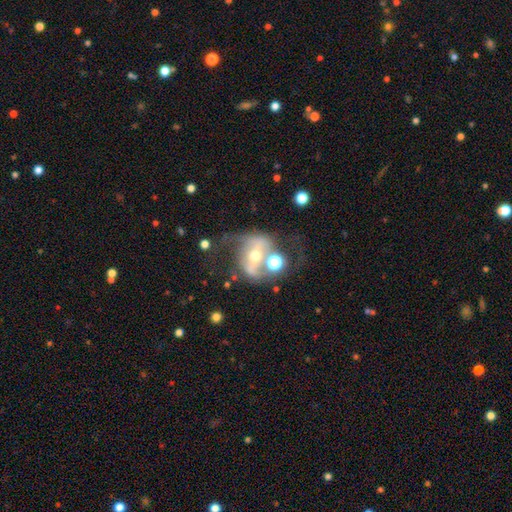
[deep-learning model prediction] smooth-or-featured: featured or disk: 75% | smooth: 15% | star or artifact: 10%
  disk-edge-on: no: 95% | yes: 5%
    bar: strong: 43% | no: 30% | weak: 27%
    has-spiral-arms: yes: 76% | no: 24%
      spiral-winding: loose: 52% | medium: 38% | tight: 11%
      spiral-arm-count: 2: 85% | can't tell: 7% | 1: 4% | 3: 1% | 4: 1% | more than 4: 1%
    bulge-size: moderate: 57% | small: 36% | large: 4% | dominant: 1% | none: 1%
  merging: none: 45% | major disturbance: 21% | merger: 18% | minor disturbance: 17%